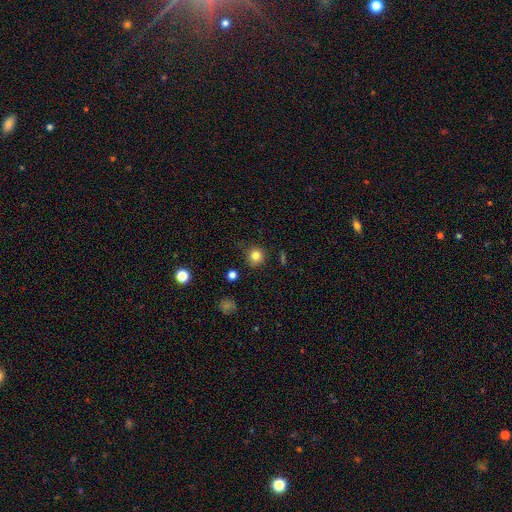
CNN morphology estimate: A smooth galaxy with no disk features (81%) that is round (93%). Merging: none (83%).